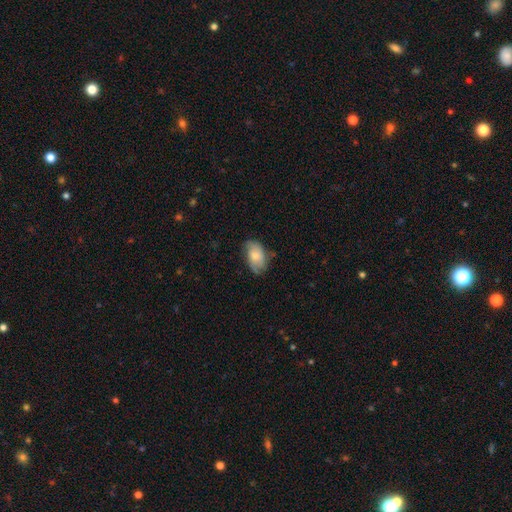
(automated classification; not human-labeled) smooth 65%, featured or disk 28%, star or artifact 7%. Down the decision tree: how rounded — in between (90%); merging — none (62%).